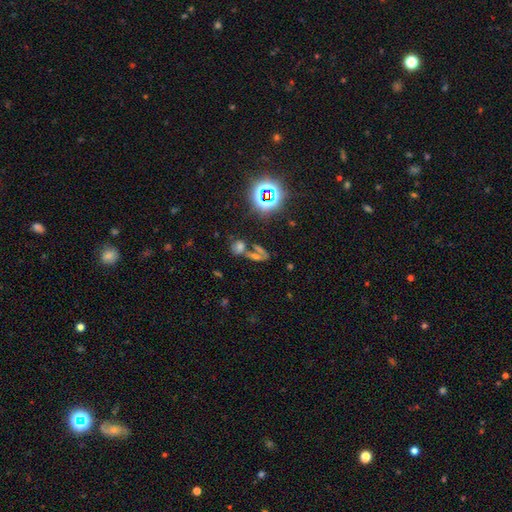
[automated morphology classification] smooth-or-featured: smooth: 41% | star or artifact: 39% | featured or disk: 21%
  merging: merger: 46% | none: 35% | minor disturbance: 10% | major disturbance: 8%